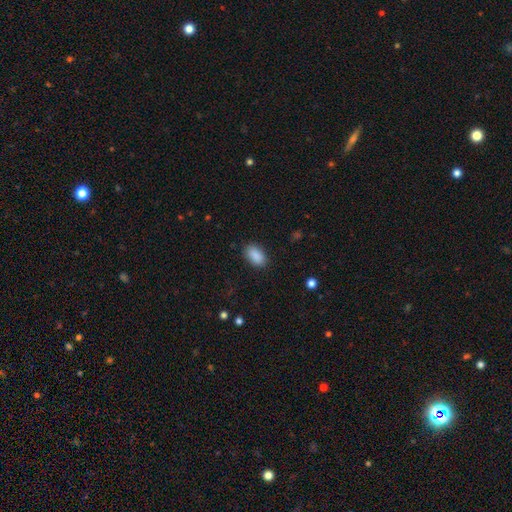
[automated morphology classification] smooth 89%, star or artifact 7%, featured or disk 3%. Down the decision tree: how rounded — in between (92%); merging — none (87%).